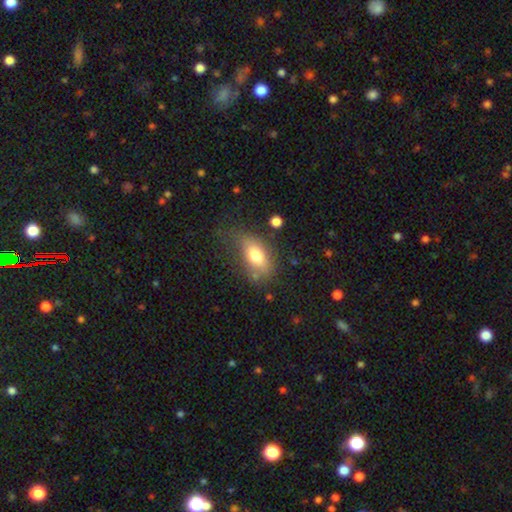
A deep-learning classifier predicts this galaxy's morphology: Q: Smooth or featured?
A: smooth (72%); runner-up: featured or disk (20%)
Q: How rounded?
A: in between (84%); runner-up: round (10%)
Q: Merging?
A: none (59%); runner-up: minor disturbance (25%)